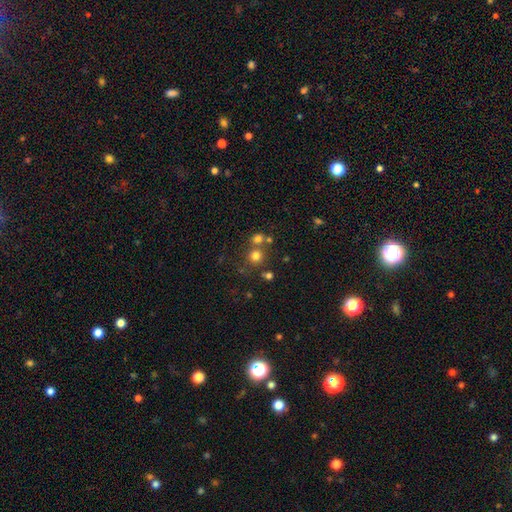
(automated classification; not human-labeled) Smooth or featured? Predicted: smooth (p=0.73). How rounded? Predicted: round (p=0.91). Merging? Predicted: none (p=0.66).